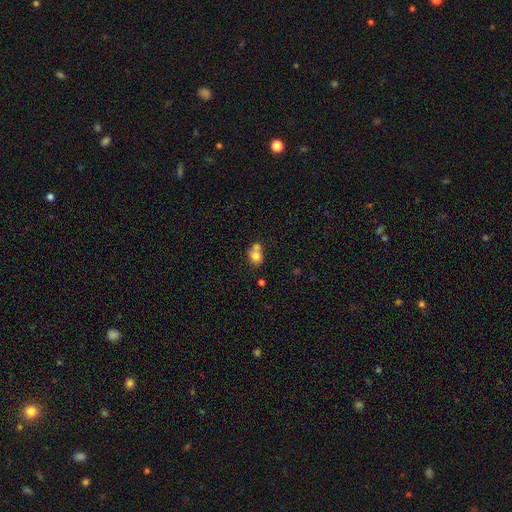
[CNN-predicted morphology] smooth 75%, featured or disk 15%, star or artifact 10%. Down the decision tree: how rounded — round (61%); merging — merger (49%).